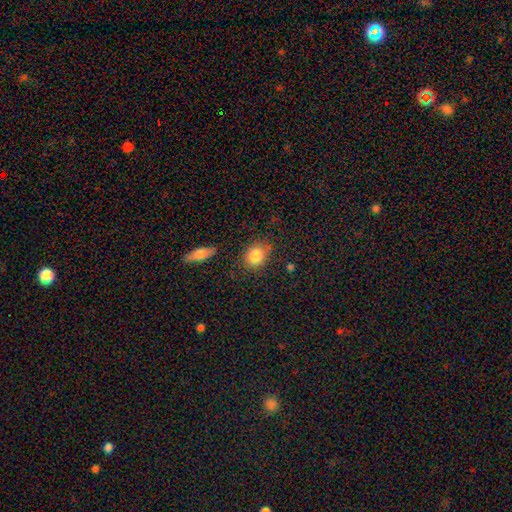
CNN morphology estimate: type=smooth (84%); roundness=round (50%); merging=none (78%).